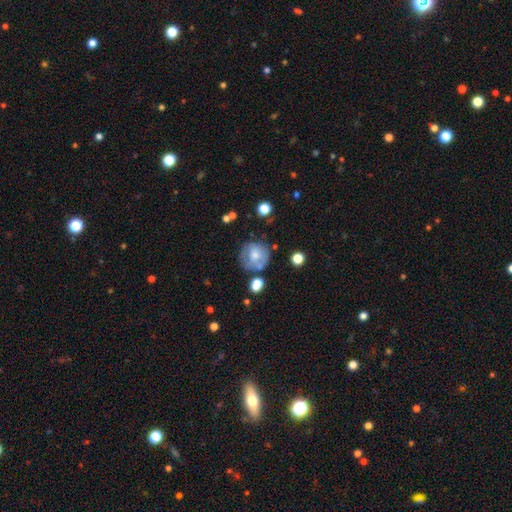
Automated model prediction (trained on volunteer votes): Q: Smooth or featured?
A: smooth (59%); runner-up: featured or disk (33%)
Q: How rounded?
A: round (88%); runner-up: in between (11%)
Q: Merging?
A: none (59%); runner-up: minor disturbance (22%)